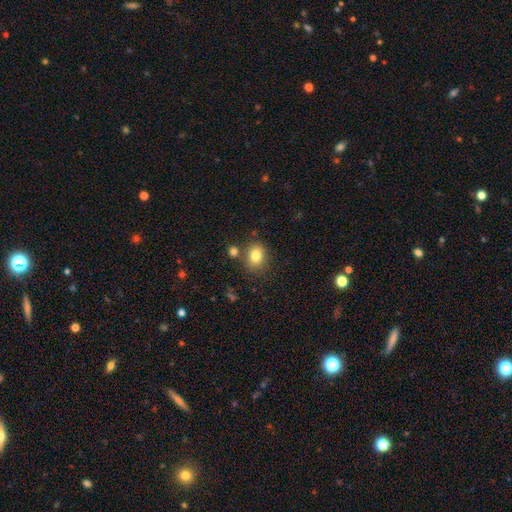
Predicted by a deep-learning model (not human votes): This is clearly a smooth galaxy (81%). How rounded: possibly round (50%). Merging: likely none (74%).